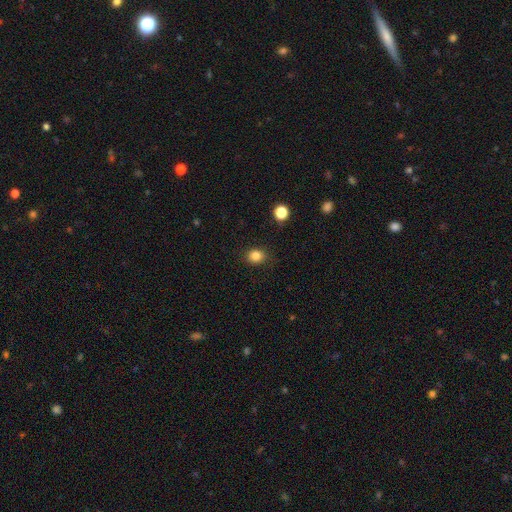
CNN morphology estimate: Overall: smooth (83%). How rounded: round (69%; in between 30%). Merging: none (87%).